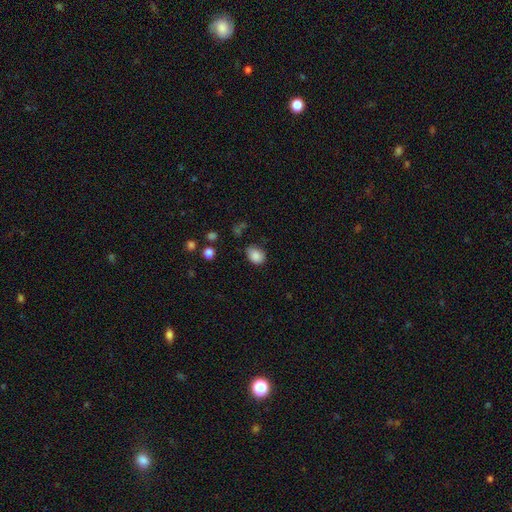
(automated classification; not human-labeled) Overall: smooth (86%). How rounded: in between (65%; round 34%). Merging: none (66%).